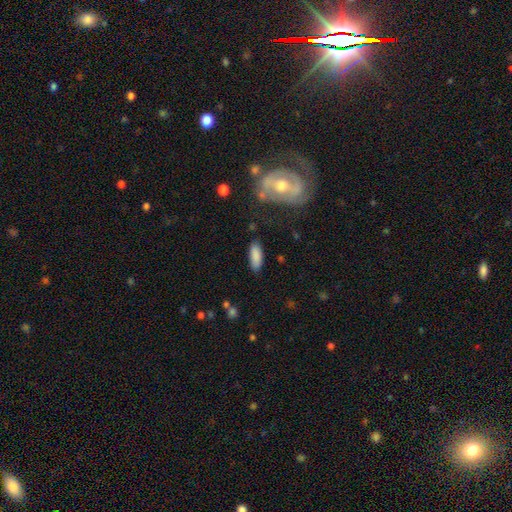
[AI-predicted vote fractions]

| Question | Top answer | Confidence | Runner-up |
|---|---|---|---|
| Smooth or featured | smooth | 86% | star or artifact (7%) |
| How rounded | in between | 73% | cigar-shaped (25%) |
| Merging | none | 83% | minor disturbance (11%) |